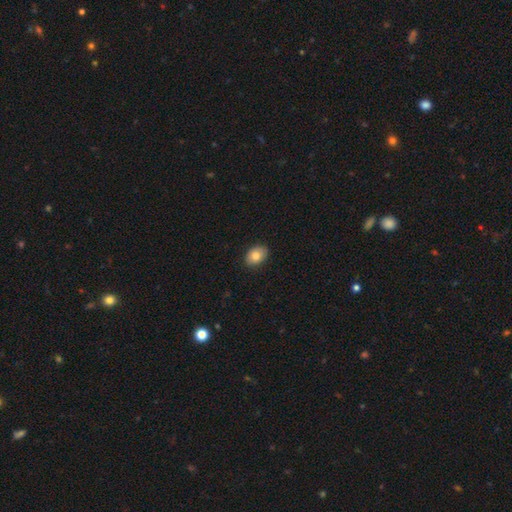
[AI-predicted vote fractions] Morphology: type=smooth (82%); roundness=in between (78%); merging=none (88%).